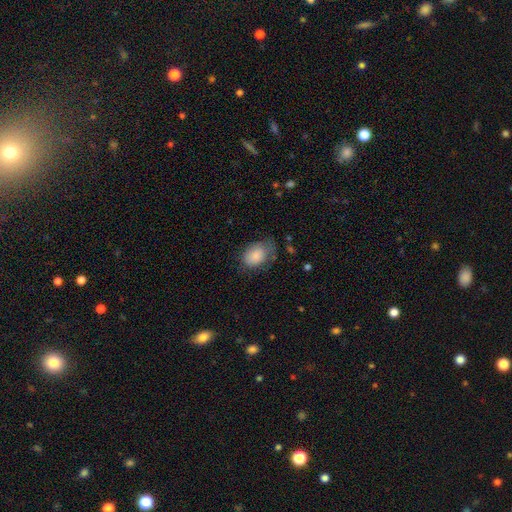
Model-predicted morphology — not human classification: The model was most divided on "merging": none: 52%, minor disturbance: 32%, major disturbance: 14%, merger: 2%. More confident: smooth or featured — smooth (83%); how rounded — in between (78%).